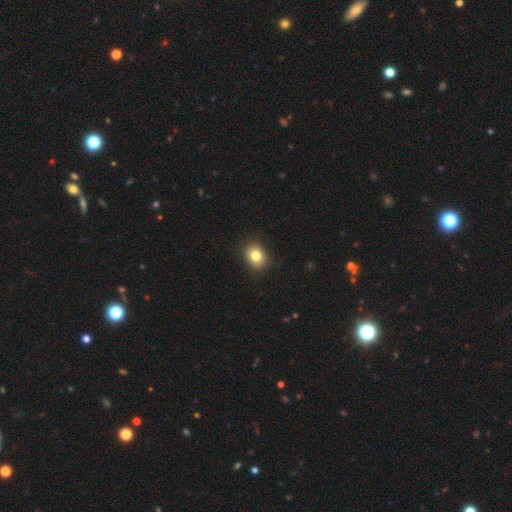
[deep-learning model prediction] Overall: smooth (82%). How rounded: round (57%; in between 43%). Merging: none (89%).